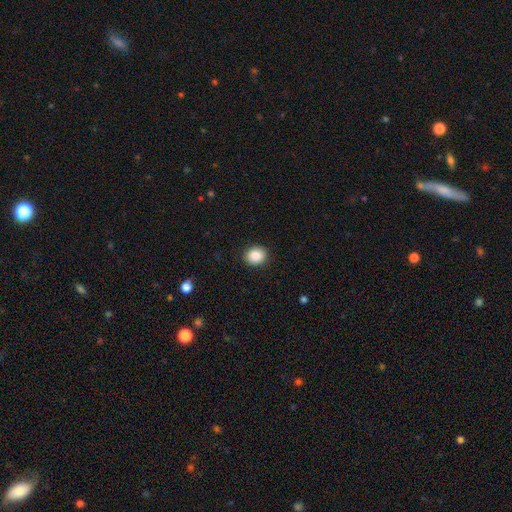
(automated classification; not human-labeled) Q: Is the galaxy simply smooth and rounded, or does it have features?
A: smooth — 86%.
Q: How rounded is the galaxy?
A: round — 67%.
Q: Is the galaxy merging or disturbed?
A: none — 90%.